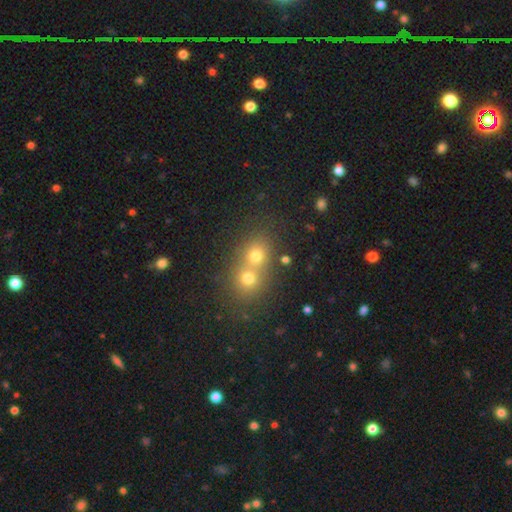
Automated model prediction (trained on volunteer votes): smooth-or-featured: smooth: 69% | star or artifact: 18% | featured or disk: 13%
  how-rounded: round: 72% | in between: 26% | cigar-shaped: 1%
  merging: merger: 58% | none: 34% | minor disturbance: 5% | major disturbance: 3%